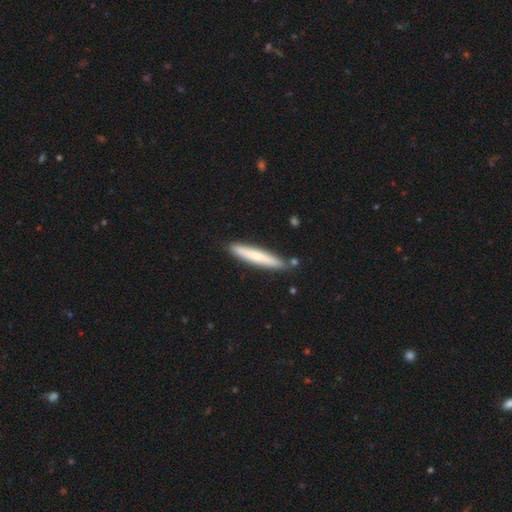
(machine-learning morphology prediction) This appears to be a smooth galaxy with no disk features (68%) that is cigar-shaped (94%). Merging: none (86%).